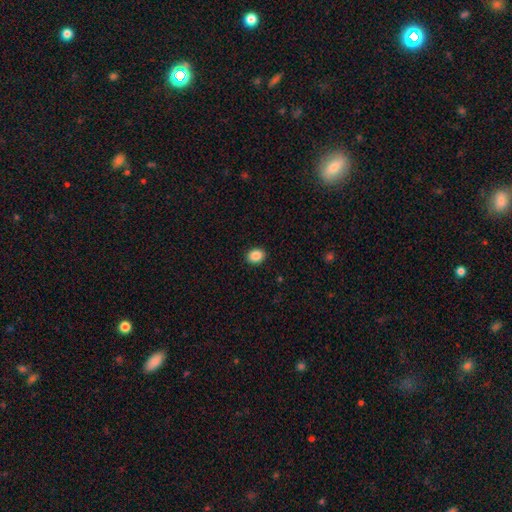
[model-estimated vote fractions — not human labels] smooth 88%, star or artifact 9%, featured or disk 3%. Down the decision tree: how rounded — round (51%); merging — none (91%).